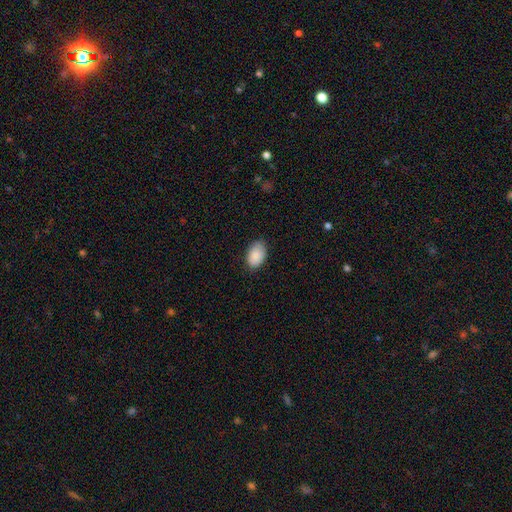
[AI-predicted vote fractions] The model was most divided on "merging": none: 78%, minor disturbance: 18%, major disturbance: 3%, merger: 1%. More confident: how rounded — in between (91%); smooth or featured — smooth (89%).